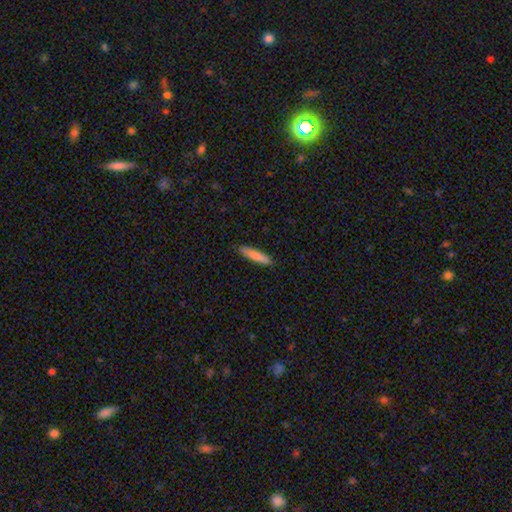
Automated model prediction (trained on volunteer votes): The model was most divided on "smooth or featured": smooth: 81%, featured or disk: 14%, star or artifact: 6%. More confident: merging — none (88%); how rounded — cigar-shaped (87%).